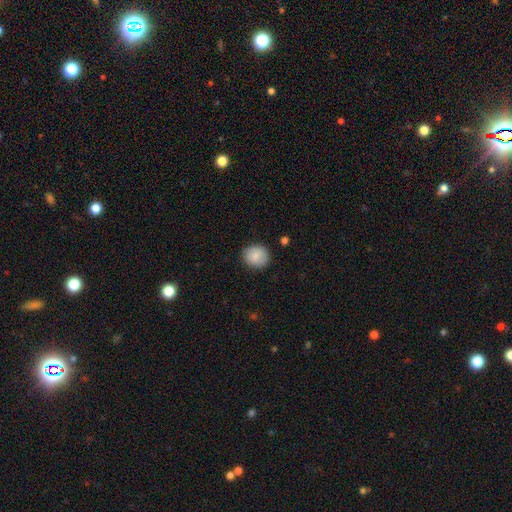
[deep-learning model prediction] This is clearly a smooth galaxy (82%). How rounded: likely round (78%). Merging: clearly none (86%).